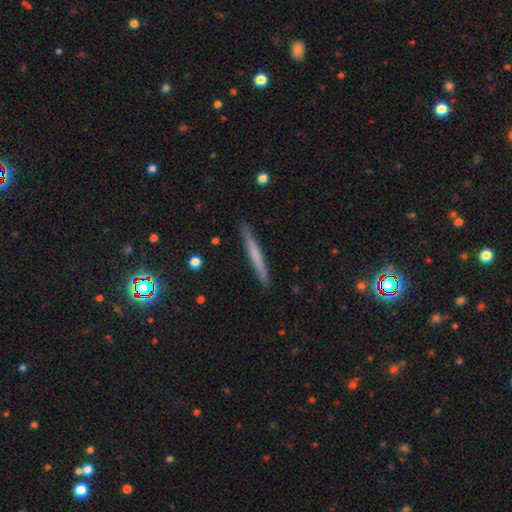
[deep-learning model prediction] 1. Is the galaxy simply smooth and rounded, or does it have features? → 58% smooth, 36% featured or disk, 7% star or artifact.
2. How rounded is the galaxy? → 96% cigar-shaped, 2% in between, 1% round.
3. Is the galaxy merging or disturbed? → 91% none, 7% minor disturbance, 1% major disturbance, 1% merger.